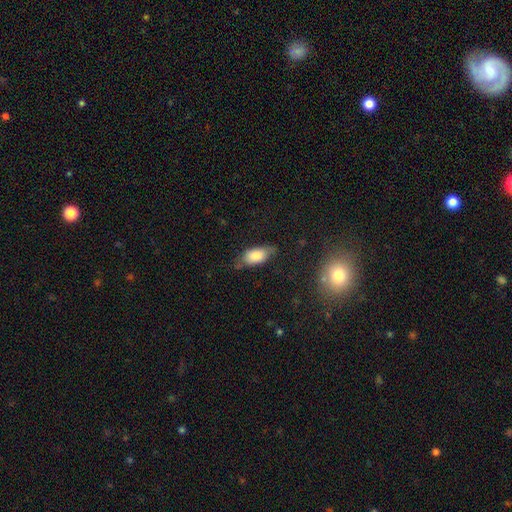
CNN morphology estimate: Smooth or featured: smooth — 77% (featured or disk — 16%)
How rounded: in between — 87% (cigar-shaped — 10%)
Merging: none — 61% (minor disturbance — 29%)